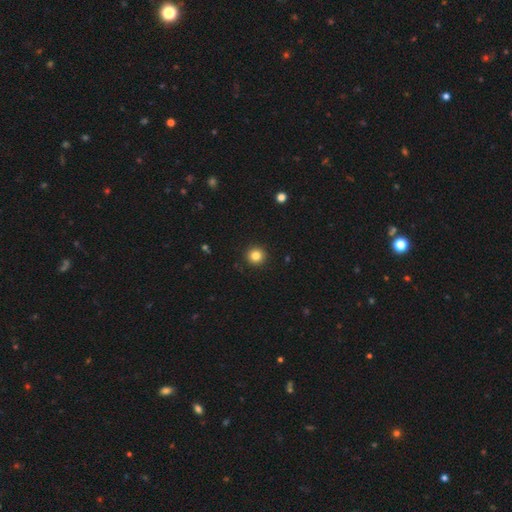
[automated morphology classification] Smooth or featured?
  - smooth: 83% *
  - star or artifact: 11%
  - featured or disk: 6%
How rounded?
  - round: 96% *
  - in between: 3%
  - cigar-shaped: 1%
Merging?
  - none: 93% *
  - minor disturbance: 4%
  - major disturbance: 2%
  - merger: 1%